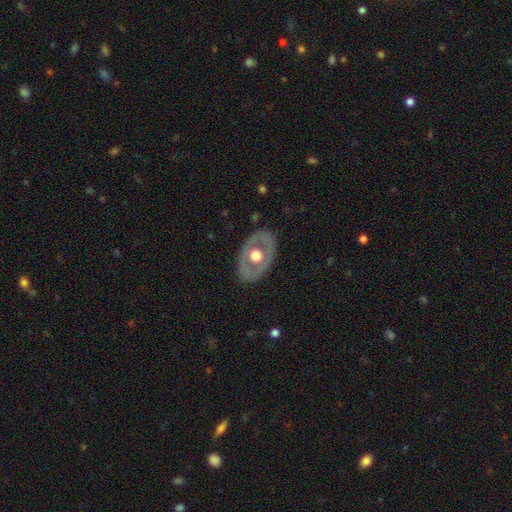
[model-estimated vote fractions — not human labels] Smooth or featured? Predicted: featured or disk (p=0.56). Edge-on disk? Predicted: no (p=0.89). Bar? Predicted: no (p=0.92). Spiral arms? Predicted: no (p=0.93). Bulge size? Predicted: moderate (p=0.55). Merging? Predicted: none (p=0.81).